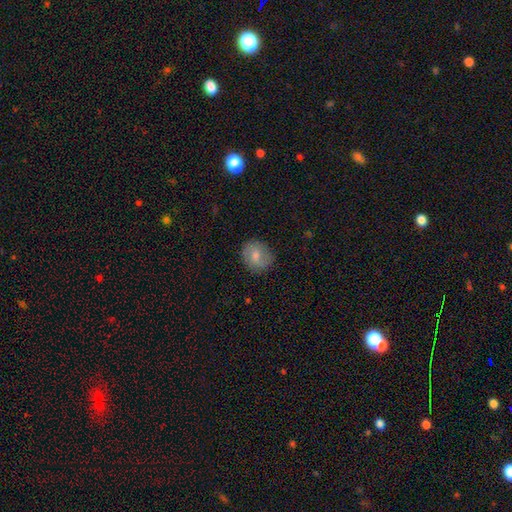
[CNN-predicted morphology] Smooth or featured?
  - smooth: 69% *
  - featured or disk: 23%
  - star or artifact: 8%
How rounded?
  - round: 72% *
  - in between: 27%
  - cigar-shaped: 1%
Merging?
  - none: 83% *
  - minor disturbance: 12%
  - major disturbance: 3%
  - merger: 1%